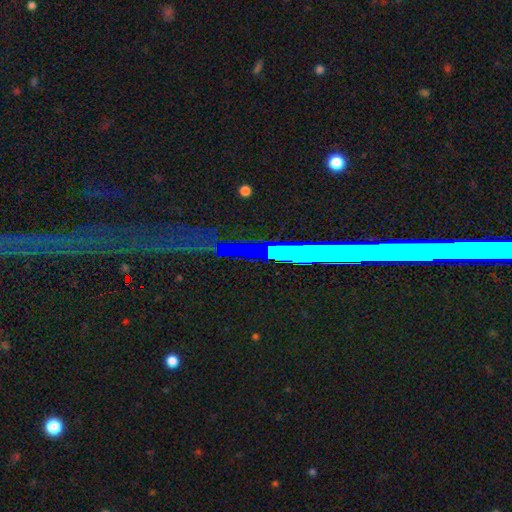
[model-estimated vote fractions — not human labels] Overall: star or artifact (60%; featured or disk 22%).